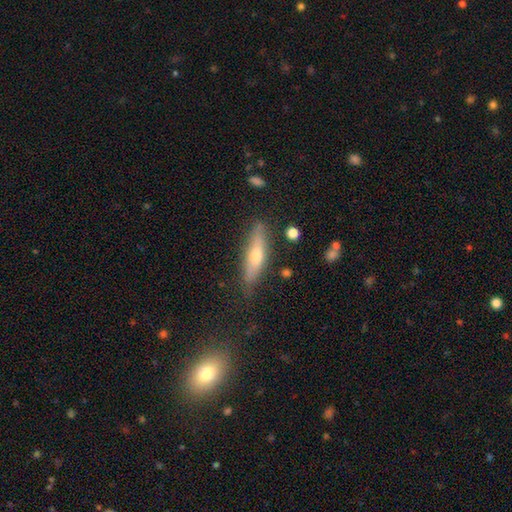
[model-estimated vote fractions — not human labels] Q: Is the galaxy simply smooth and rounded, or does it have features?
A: featured or disk — 49%.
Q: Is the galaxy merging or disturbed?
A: none — 80%.